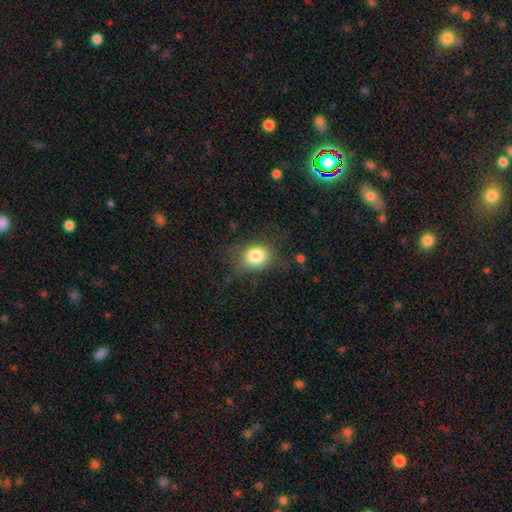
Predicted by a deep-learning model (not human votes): smooth 81%, star or artifact 10%, featured or disk 8%. Down the decision tree: how rounded — round (59%); merging — none (72%).